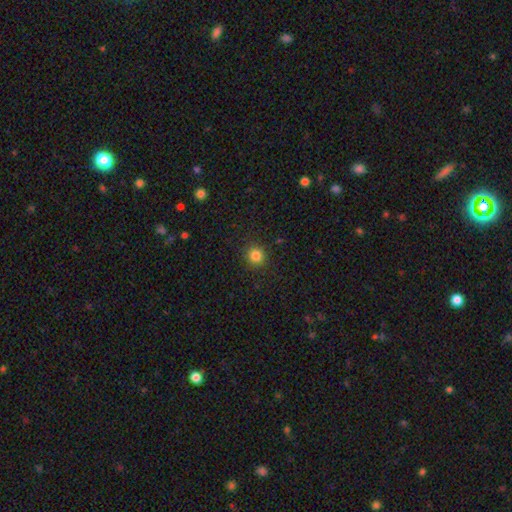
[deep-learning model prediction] Morphology: type=smooth (83%); roundness=round (92%); merging=none (90%).